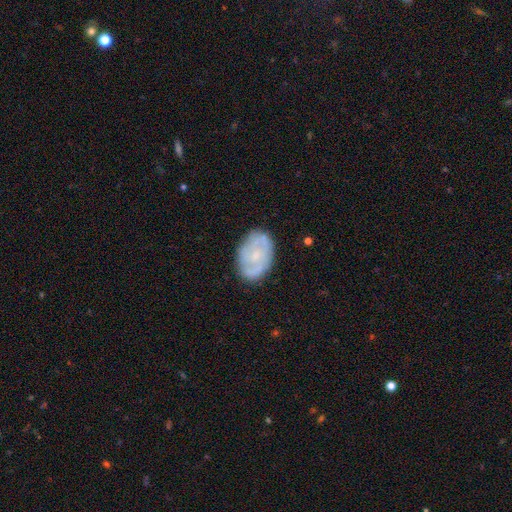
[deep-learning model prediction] Overall: featured or disk (58%; smooth 35%). Edge-on disk: no (96%). Bar: no (74%). Spiral arms: yes (66%; no 34%). Bulge size: small (59%; moderate 25%). Merging: none (76%).